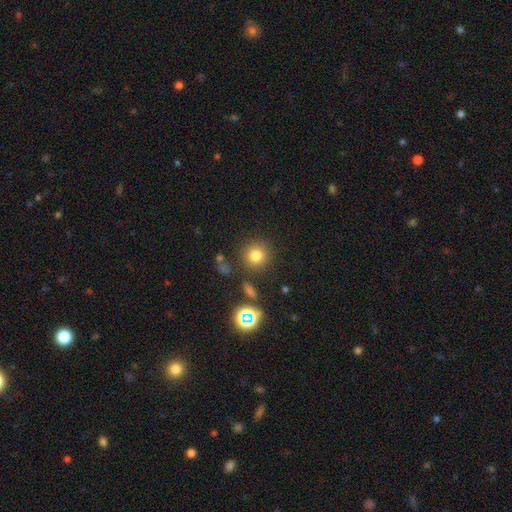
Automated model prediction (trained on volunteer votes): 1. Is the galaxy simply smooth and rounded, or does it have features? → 76% smooth, 16% star or artifact, 8% featured or disk.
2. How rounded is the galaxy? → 92% round, 7% in between, 1% cigar-shaped.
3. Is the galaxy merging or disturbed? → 84% none, 8% minor disturbance, 4% merger, 4% major disturbance.